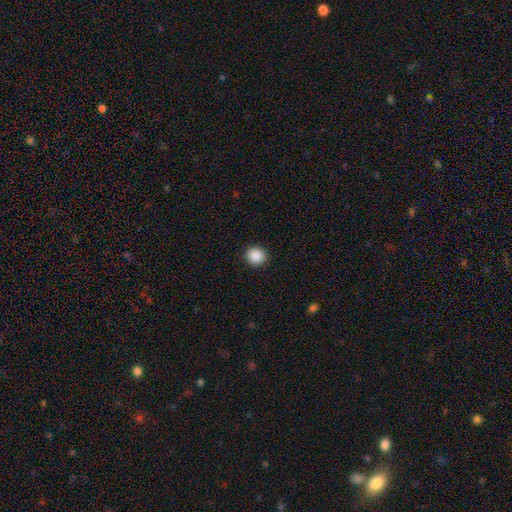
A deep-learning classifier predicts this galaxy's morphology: Overall: smooth (89%). How rounded: round (91%). Merging: none (91%).